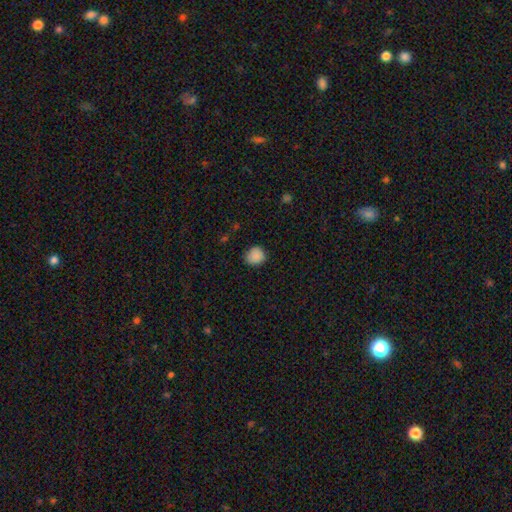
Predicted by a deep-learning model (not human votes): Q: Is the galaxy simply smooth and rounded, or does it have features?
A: smooth — 87%.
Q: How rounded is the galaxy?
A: round — 84%.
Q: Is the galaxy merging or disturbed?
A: none — 82%.